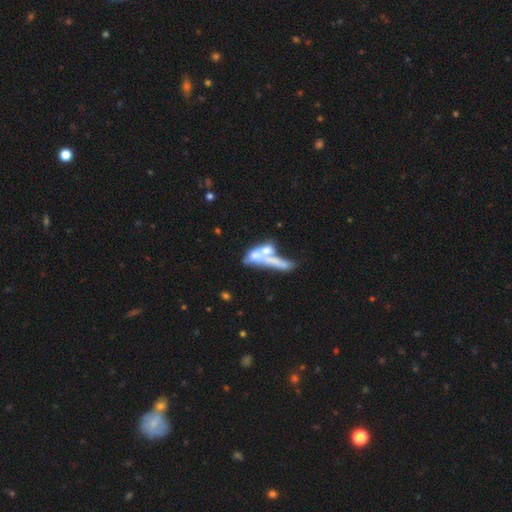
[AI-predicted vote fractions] smooth_or_featured: featured or disk (p=0.47) [alt: smooth p=0.42]
merging: merger (p=0.59) [alt: none p=0.16]